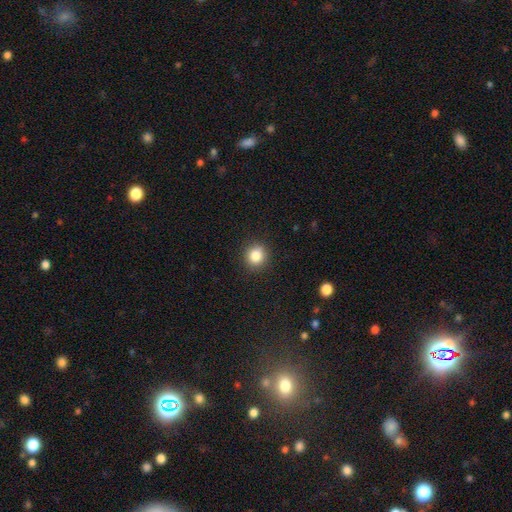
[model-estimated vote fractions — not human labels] Smooth or featured? Predicted: smooth (p=0.84). How rounded? Predicted: round (p=0.91). Merging? Predicted: none (p=0.91).